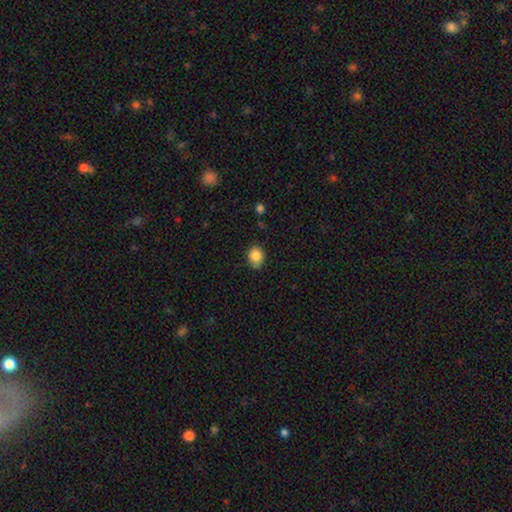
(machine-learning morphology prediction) Smooth or featured: smooth — 85% (star or artifact — 9%)
How rounded: round — 58% (in between — 41%)
Merging: none — 70% (minor disturbance — 25%)